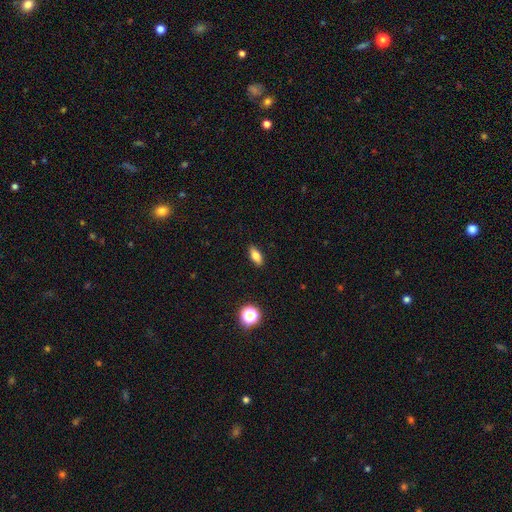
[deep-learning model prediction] Smooth or featured: smooth — 78% (featured or disk — 12%)
How rounded: in between — 82% (cigar-shaped — 13%)
Merging: none — 89% (minor disturbance — 8%)